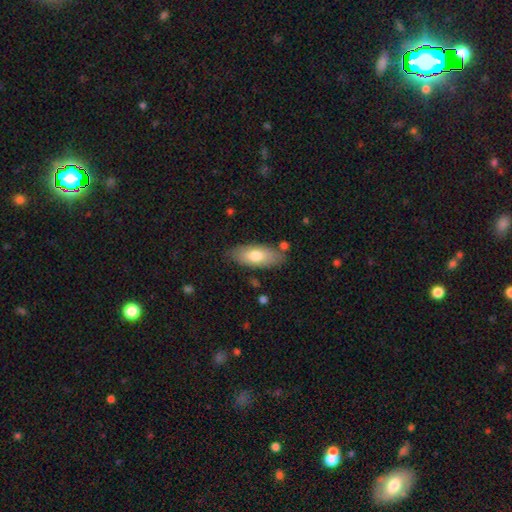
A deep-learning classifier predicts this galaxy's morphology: Smooth or featured: smooth — 73% (featured or disk — 21%)
How rounded: in between — 84% (cigar-shaped — 13%)
Merging: none — 78% (minor disturbance — 15%)